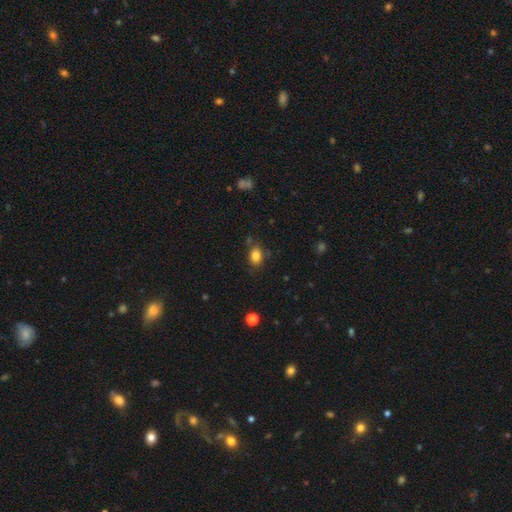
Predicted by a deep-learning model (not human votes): Morphology: type=smooth (83%); roundness=in between (70%); merging=none (78%).